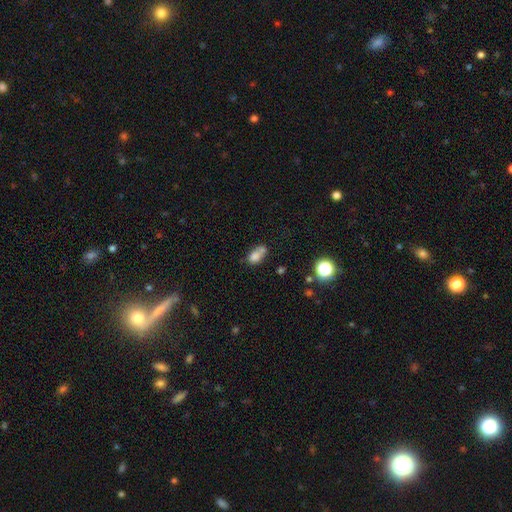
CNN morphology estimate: type=smooth (73%); roundness=in between (71%); merging=merger (41%).